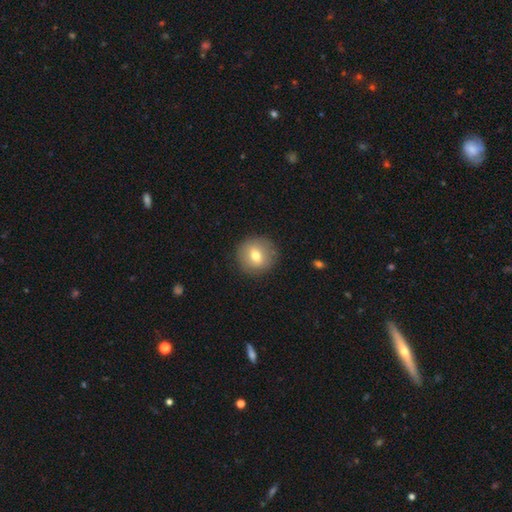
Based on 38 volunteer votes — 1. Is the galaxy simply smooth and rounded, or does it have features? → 66% smooth, 26% featured or disk, 8% star or artifact.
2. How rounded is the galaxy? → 92% round, 8% in between, 0% cigar-shaped.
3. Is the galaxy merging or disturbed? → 83% none, 9% minor disturbance, 6% major disturbance, 3% merger.